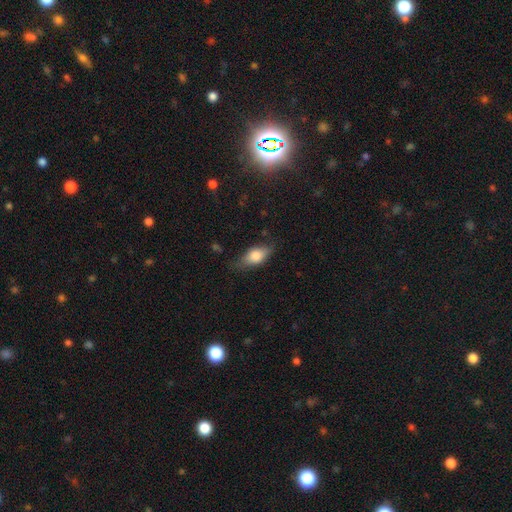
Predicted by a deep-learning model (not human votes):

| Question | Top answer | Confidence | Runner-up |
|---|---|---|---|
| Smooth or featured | smooth | 75% | featured or disk (18%) |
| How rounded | in between | 84% | cigar-shaped (10%) |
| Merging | none | 69% | minor disturbance (24%) |